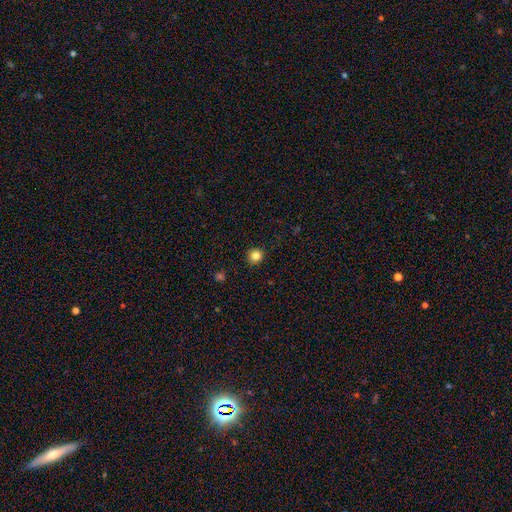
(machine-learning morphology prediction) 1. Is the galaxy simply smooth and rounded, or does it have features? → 84% smooth, 12% star or artifact, 4% featured or disk.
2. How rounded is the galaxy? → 94% round, 5% in between, 1% cigar-shaped.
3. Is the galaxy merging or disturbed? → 92% none, 5% minor disturbance, 2% major disturbance, 1% merger.